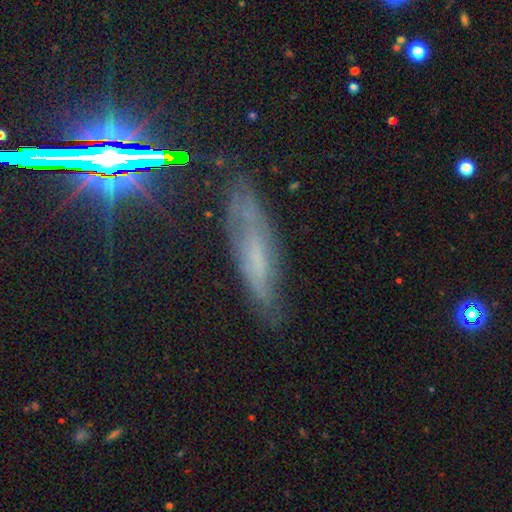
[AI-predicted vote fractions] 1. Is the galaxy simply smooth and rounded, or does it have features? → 47% featured or disk, 31% smooth, 22% star or artifact.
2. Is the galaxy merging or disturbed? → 71% none, 21% minor disturbance, 7% major disturbance, 2% merger.